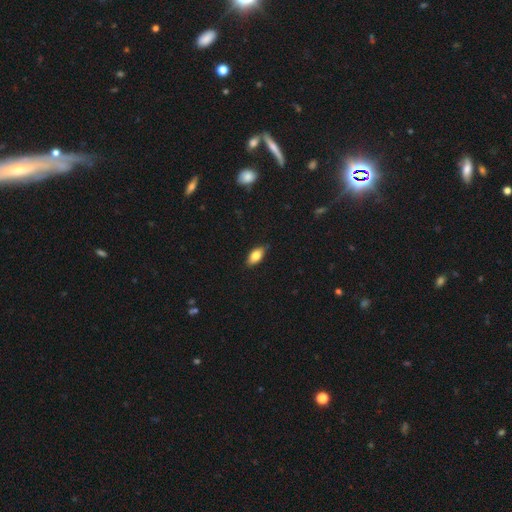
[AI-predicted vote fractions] smooth-or-featured: smooth: 78% | featured or disk: 15% | star or artifact: 7%
  how-rounded: in between: 89% | cigar-shaped: 7% | round: 4%
  merging: none: 82% | minor disturbance: 14% | major disturbance: 2% | merger: 1%